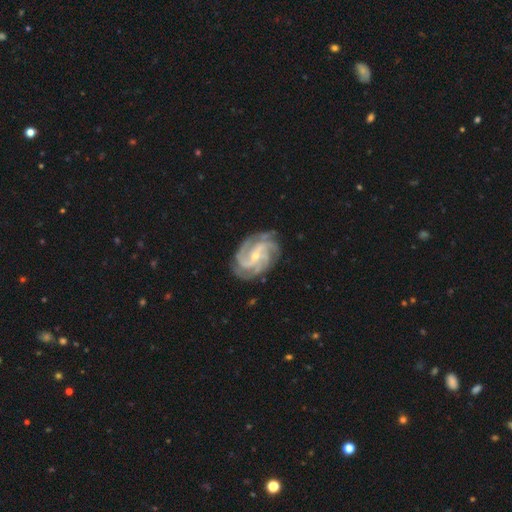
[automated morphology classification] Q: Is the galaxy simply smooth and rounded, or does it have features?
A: featured or disk — 91%.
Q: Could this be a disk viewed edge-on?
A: no — 98%.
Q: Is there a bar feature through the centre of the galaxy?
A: weak — 41%.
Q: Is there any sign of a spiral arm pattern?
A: yes — 98%.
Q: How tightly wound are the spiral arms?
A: tight — 50%.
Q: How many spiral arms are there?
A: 4 — 39%.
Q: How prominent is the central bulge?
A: small — 70%.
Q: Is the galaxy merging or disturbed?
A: none — 79%.